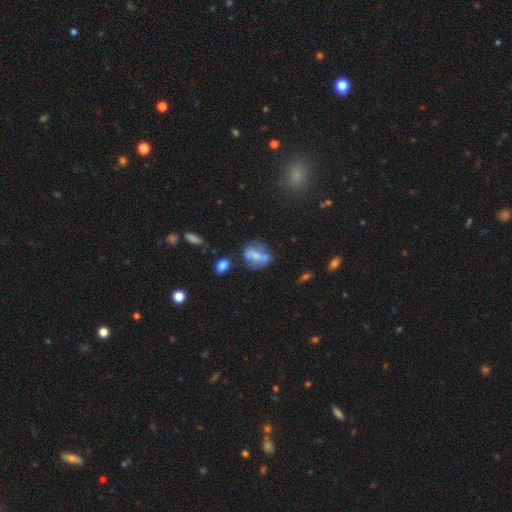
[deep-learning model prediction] A smooth galaxy with no disk features (52%) that is in between round and cigar-shaped (54%).

Vote fractions:
- Smooth or featured? smooth: 52% / featured or disk: 37% / star or artifact: 11%
- How rounded? in between: 54% / round: 42% / cigar-shaped: 4%
- Merging? none: 39% / merger: 24% / minor disturbance: 22% / major disturbance: 14%